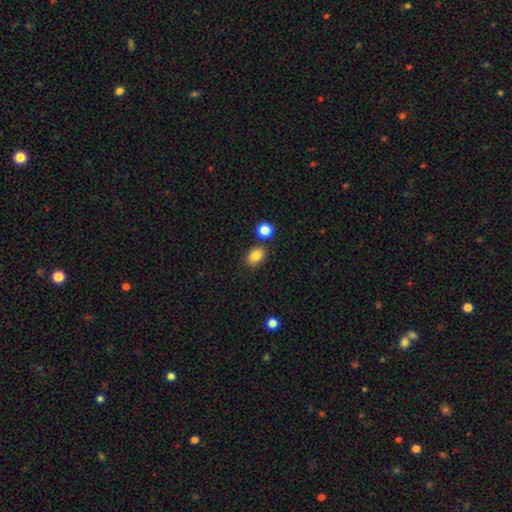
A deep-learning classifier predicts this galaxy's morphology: type=smooth (84%); roundness=in between (71%); merging=none (79%).